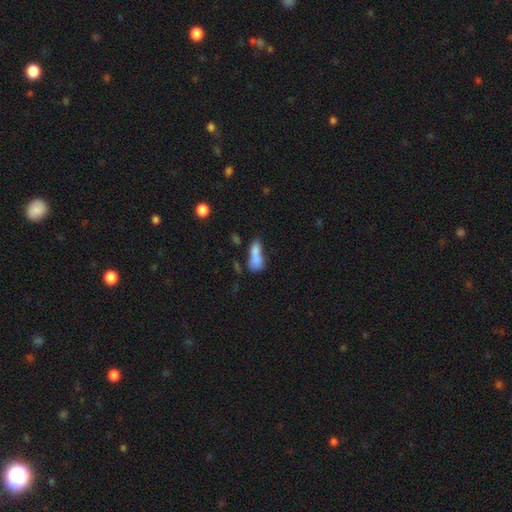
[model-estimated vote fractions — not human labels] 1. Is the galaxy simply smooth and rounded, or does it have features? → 75% smooth, 15% featured or disk, 10% star or artifact.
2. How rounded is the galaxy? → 66% in between, 25% cigar-shaped, 9% round.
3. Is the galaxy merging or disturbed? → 53% merger, 25% none, 13% minor disturbance, 9% major disturbance.